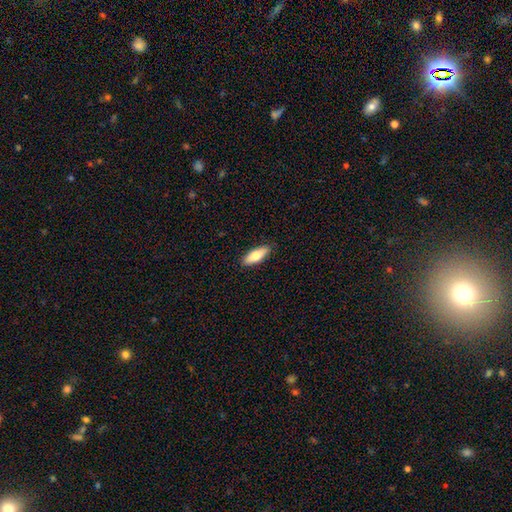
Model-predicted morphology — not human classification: Smooth or featured? smooth (73%)
How rounded? in between (65%)
Merging? none (89%)